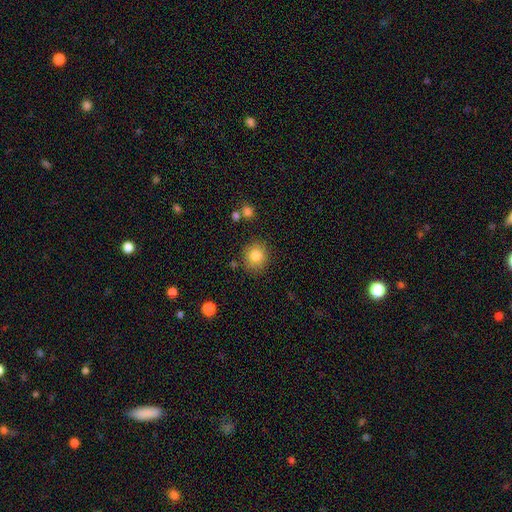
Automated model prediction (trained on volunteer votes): Q: Smooth or featured?
A: smooth (83%); runner-up: star or artifact (10%)
Q: How rounded?
A: round (87%); runner-up: in between (12%)
Q: Merging?
A: none (84%); runner-up: minor disturbance (10%)